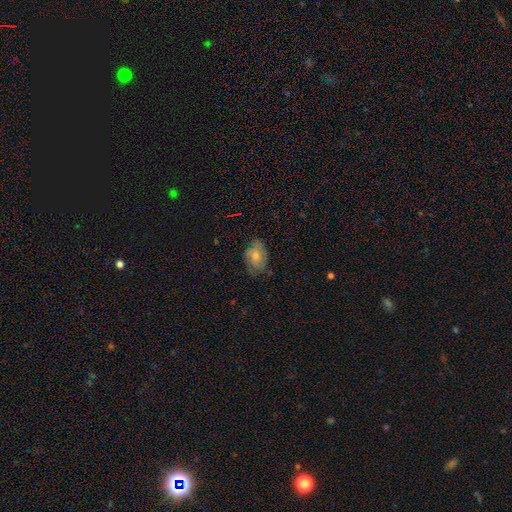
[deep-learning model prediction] Overall: smooth (64%; featured or disk 27%). How rounded: in between (79%). Merging: none (61%; minor disturbance 28%).